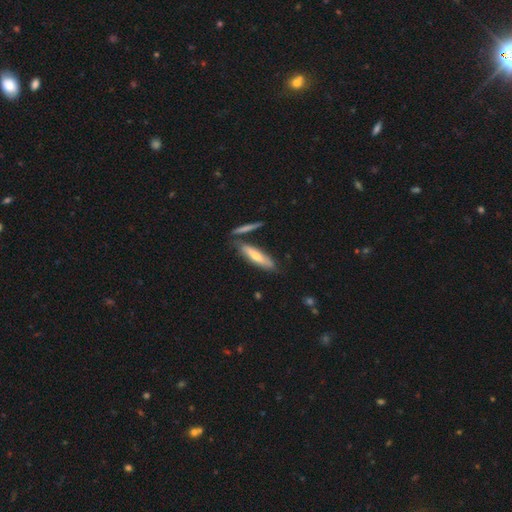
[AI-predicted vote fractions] smooth 53%, featured or disk 41%, star or artifact 6%. Down the decision tree: how rounded — cigar-shaped (75%); merging — none (71%).